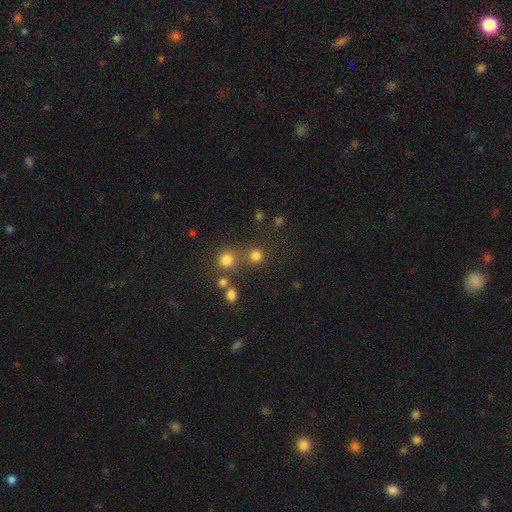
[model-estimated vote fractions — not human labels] Smooth or featured? Predicted: smooth (p=0.78). How rounded? Predicted: round (p=0.91). Merging? Predicted: none (p=0.67).